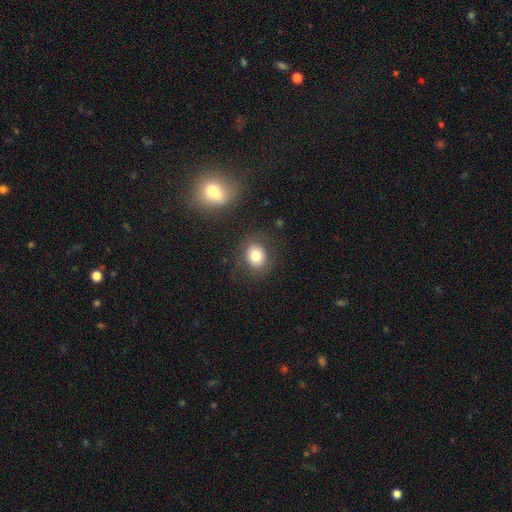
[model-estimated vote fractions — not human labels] Smooth or featured: smooth — 79% (star or artifact — 10%)
How rounded: round — 61% (in between — 38%)
Merging: none — 82% (minor disturbance — 11%)